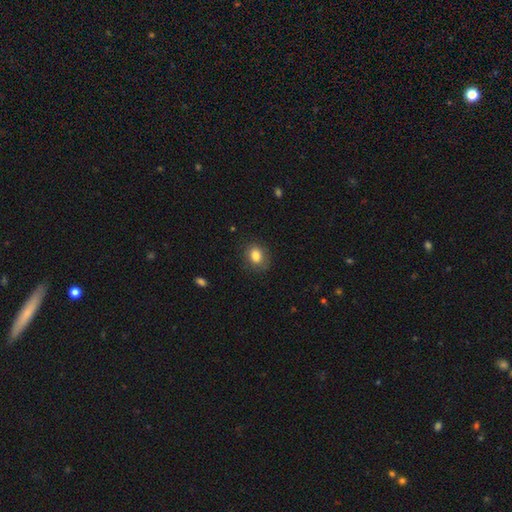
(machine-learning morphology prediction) This appears to be a smooth galaxy with no disk features (82%) that is in between round and cigar-shaped (53%). Merging: none (82%).